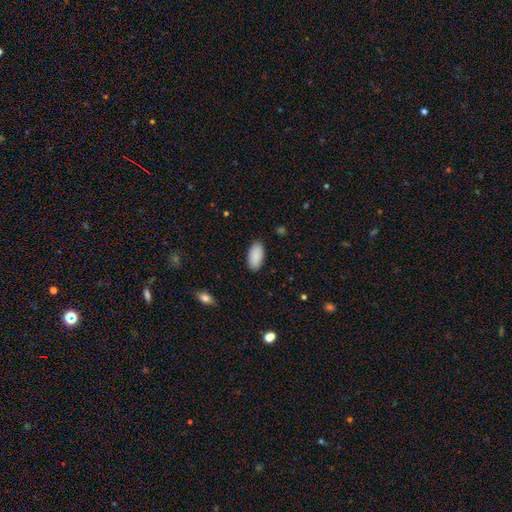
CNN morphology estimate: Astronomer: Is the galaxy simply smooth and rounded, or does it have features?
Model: smooth — 91%.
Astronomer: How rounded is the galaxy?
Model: in between — 94%.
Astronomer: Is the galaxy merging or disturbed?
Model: none — 89%.